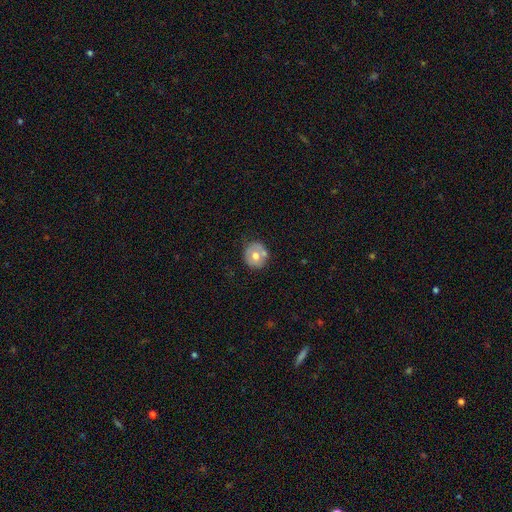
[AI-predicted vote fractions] Smooth or featured? Predicted: smooth (p=0.58). How rounded? Predicted: round (p=0.84). Merging? Predicted: none (p=0.66).